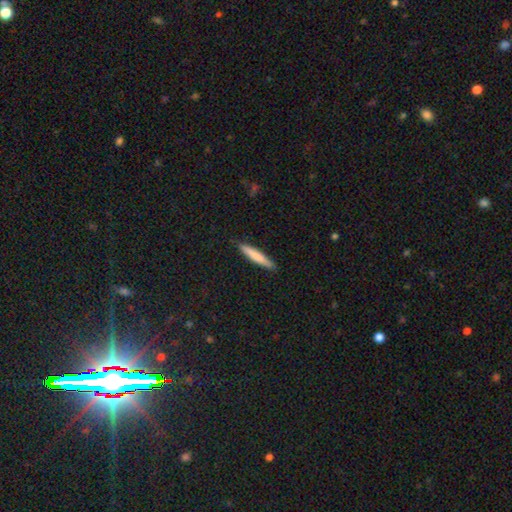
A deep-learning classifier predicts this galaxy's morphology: Smooth or featured? smooth (74%)
How rounded? cigar-shaped (92%)
Merging? none (88%)